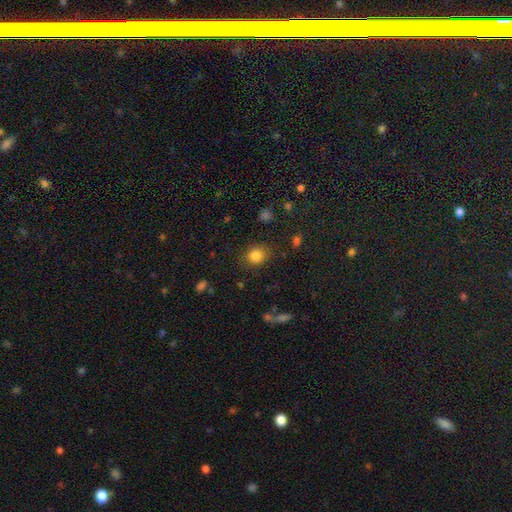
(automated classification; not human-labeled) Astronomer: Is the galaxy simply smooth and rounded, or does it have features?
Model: smooth — 84%.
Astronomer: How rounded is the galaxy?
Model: round — 66%.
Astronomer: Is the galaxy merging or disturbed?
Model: none — 81%.